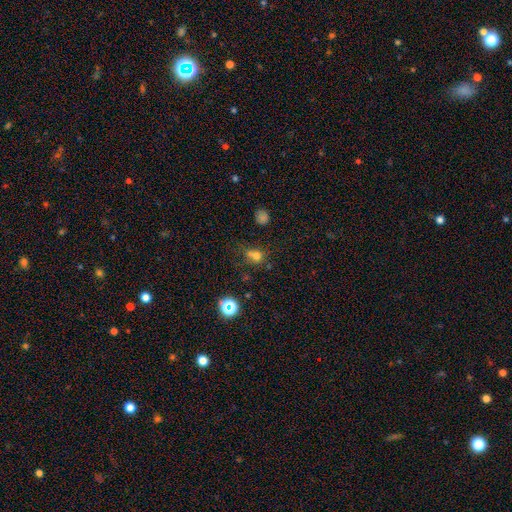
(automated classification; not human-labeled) Smooth or featured? smooth (66%)
How rounded? round (78%)
Merging? none (48%)